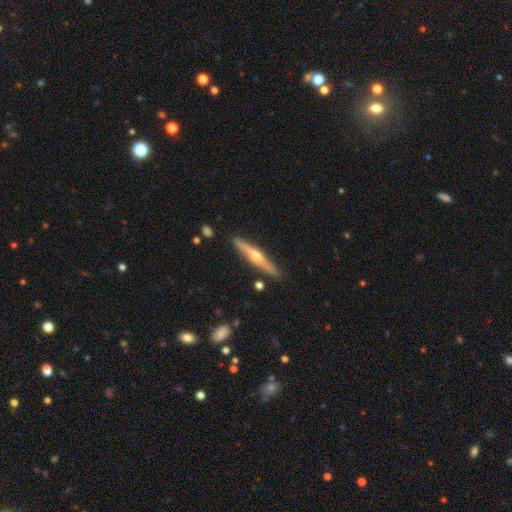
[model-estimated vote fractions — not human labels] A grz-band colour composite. It shows a featured or disk galaxy (71%) viewed edge-on (97%) with a rounded central bulge (91%). Merging: none (89%).